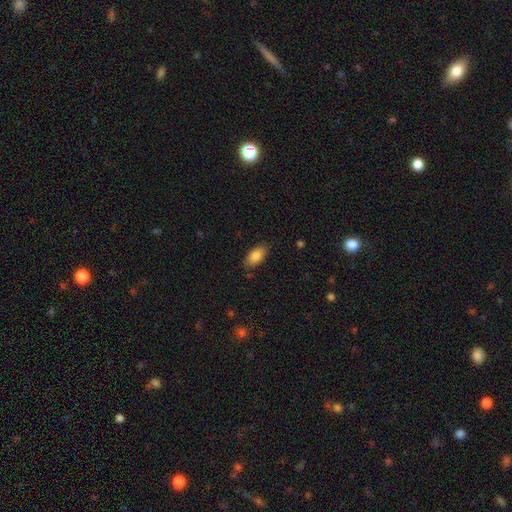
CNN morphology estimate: smooth_or_featured: smooth (p=0.83) [alt: featured or disk p=0.10]
how_rounded: in between (p=0.91) [alt: cigar-shaped p=0.06]
merging: none (p=0.82) [alt: minor disturbance p=0.14]